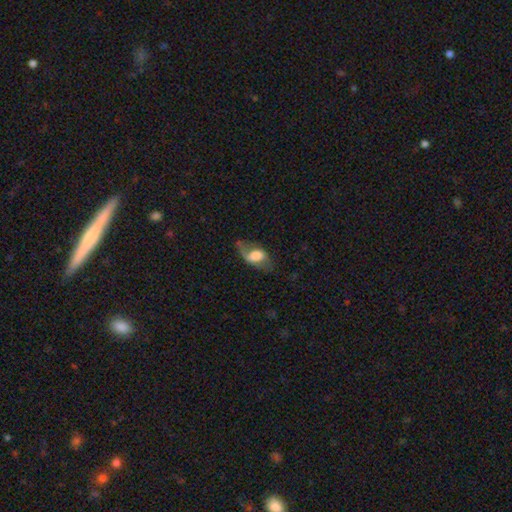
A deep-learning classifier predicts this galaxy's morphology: smooth-or-featured: smooth: 47% | featured or disk: 45% | star or artifact: 8%
  merging: none: 46% | major disturbance: 26% | minor disturbance: 26% | merger: 3%